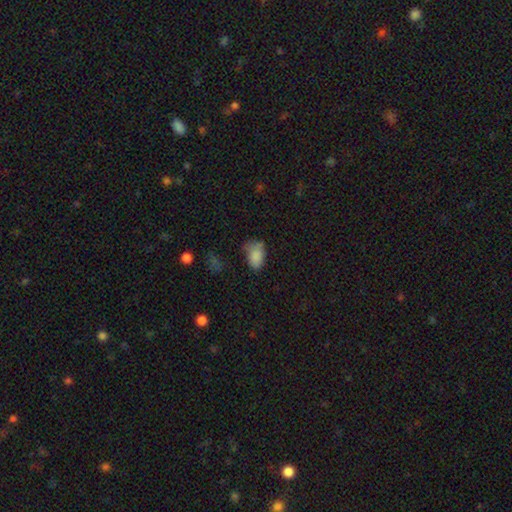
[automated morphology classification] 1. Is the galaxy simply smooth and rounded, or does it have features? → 82% smooth, 10% star or artifact, 7% featured or disk.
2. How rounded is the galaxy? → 88% in between, 11% round, 1% cigar-shaped.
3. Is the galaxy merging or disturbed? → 48% none, 34% minor disturbance, 12% major disturbance, 6% merger.